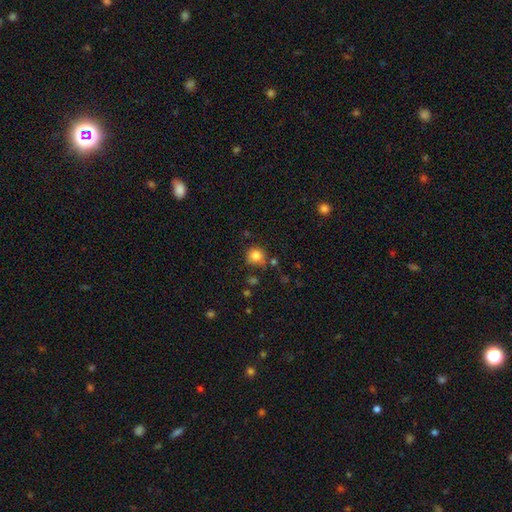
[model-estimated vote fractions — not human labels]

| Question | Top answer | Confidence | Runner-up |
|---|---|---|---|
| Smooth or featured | smooth | 83% | star or artifact (11%) |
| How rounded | round | 89% | in between (10%) |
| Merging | none | 73% | minor disturbance (15%) |